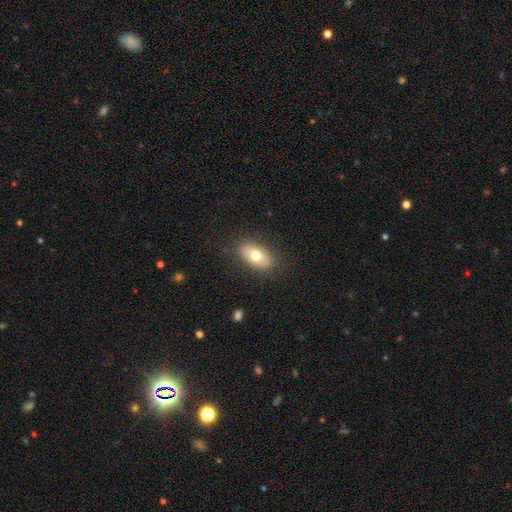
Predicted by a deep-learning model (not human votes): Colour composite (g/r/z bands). It shows a smooth galaxy with no disk features (72%) that is in between round and cigar-shaped (91%). Merging: none (86%).